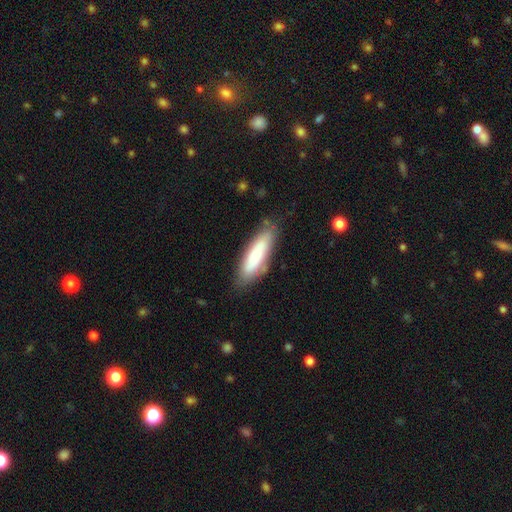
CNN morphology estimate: Smooth or featured? smooth (76%)
How rounded? cigar-shaped (61%)
Merging? none (77%)